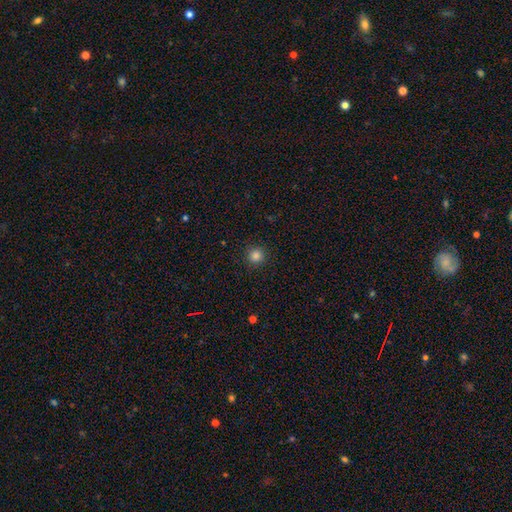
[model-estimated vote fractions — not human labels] smooth-or-featured: smooth: 84% | star or artifact: 13% | featured or disk: 4%
  how-rounded: round: 95% | in between: 4% | cigar-shaped: 1%
  merging: none: 92% | minor disturbance: 5% | major disturbance: 2% | merger: 1%